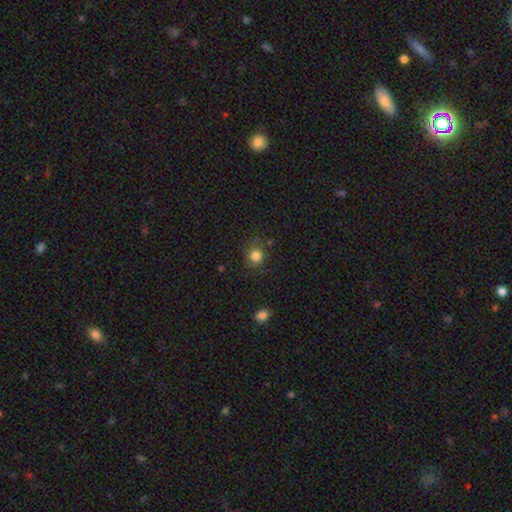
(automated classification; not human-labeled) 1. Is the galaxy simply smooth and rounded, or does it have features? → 83% smooth, 12% star or artifact, 5% featured or disk.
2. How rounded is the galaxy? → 84% round, 16% in between, 1% cigar-shaped.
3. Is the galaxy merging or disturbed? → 78% none, 14% minor disturbance, 4% major disturbance, 3% merger.